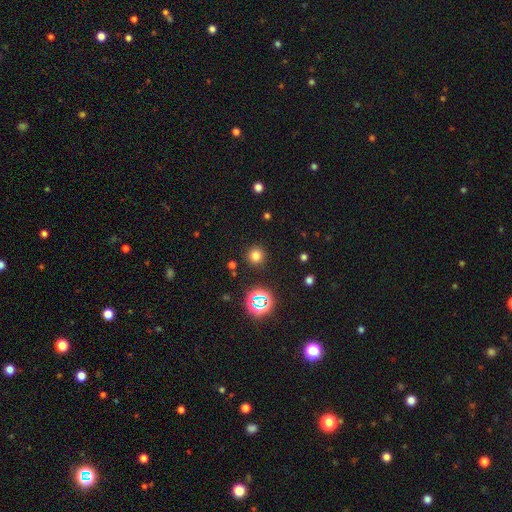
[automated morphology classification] A smooth galaxy with no disk features (74%) that is round (95%).

Vote fractions:
- Smooth or featured? smooth: 74% / star or artifact: 21% / featured or disk: 6%
- How rounded? round: 95% / in between: 4% / cigar-shaped: 1%
- Merging? none: 90% / minor disturbance: 6% / major disturbance: 3% / merger: 2%